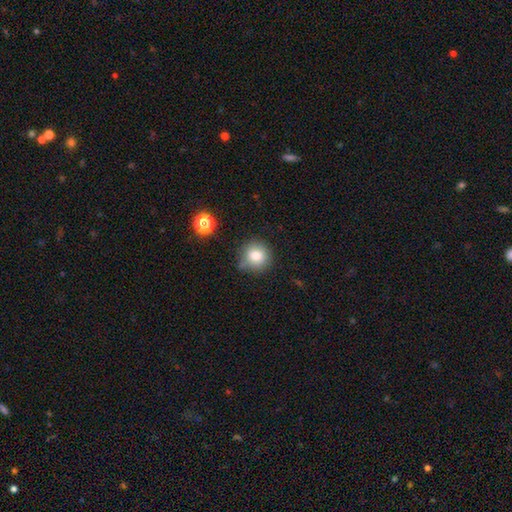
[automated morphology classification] A smooth galaxy with no disk features (81%) that is round (92%). Merging: none (76%).